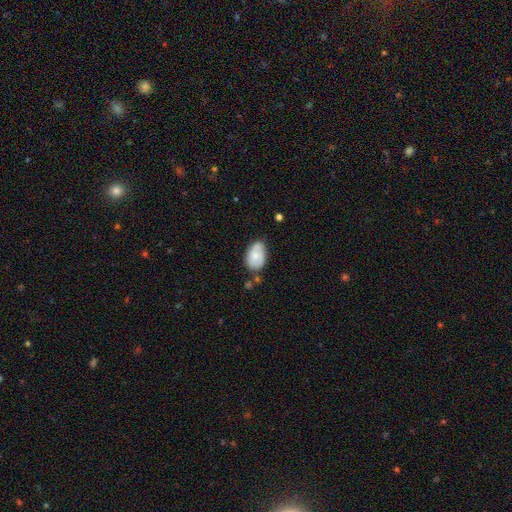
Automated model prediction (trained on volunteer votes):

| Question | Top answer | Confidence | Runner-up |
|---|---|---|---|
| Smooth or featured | smooth | 63% | featured or disk (30%) |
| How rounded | in between | 88% | round (10%) |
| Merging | none | 56% | minor disturbance (31%) |